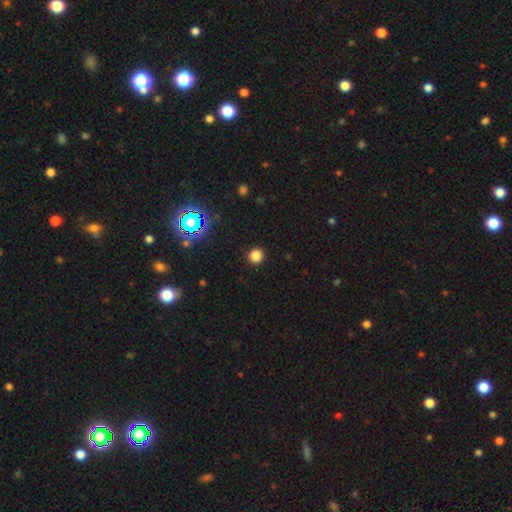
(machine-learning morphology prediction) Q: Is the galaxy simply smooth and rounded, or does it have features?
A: smooth — 80%.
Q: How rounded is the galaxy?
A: round — 92%.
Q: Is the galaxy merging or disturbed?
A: none — 92%.